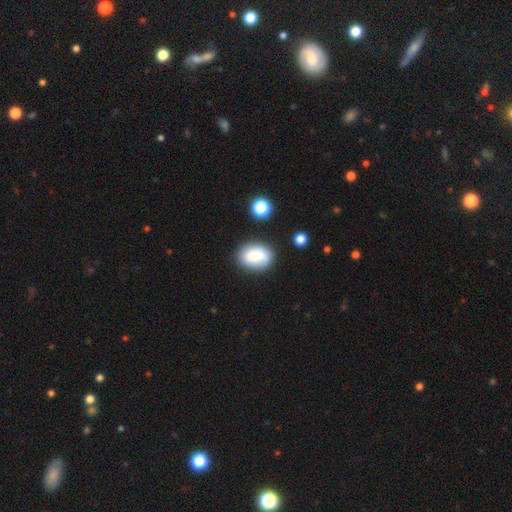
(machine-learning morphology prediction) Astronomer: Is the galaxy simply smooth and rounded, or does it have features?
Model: smooth — 83%.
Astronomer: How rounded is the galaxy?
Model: in between — 80%.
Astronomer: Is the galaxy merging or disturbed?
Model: none — 74%.